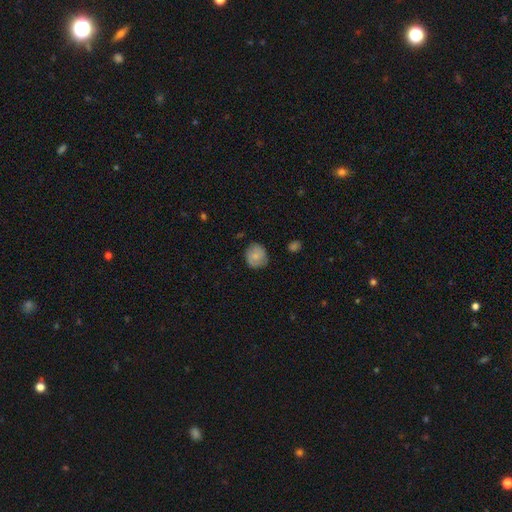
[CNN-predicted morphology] This appears to be a smooth galaxy with no disk features (75%) that is round (85%). Merging: none (78%).